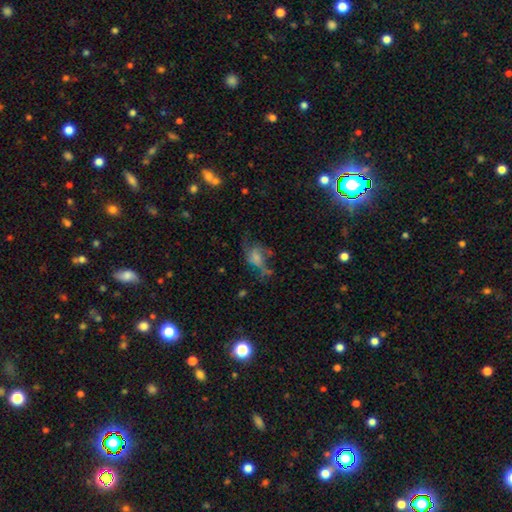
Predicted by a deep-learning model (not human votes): Smooth or featured? Predicted: featured or disk (p=0.44). Merging? Predicted: none (p=0.48).